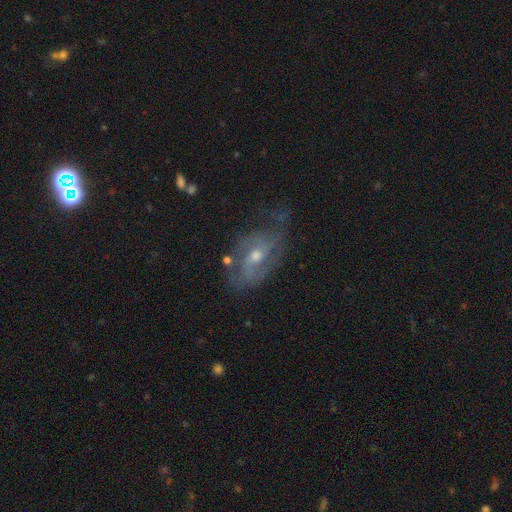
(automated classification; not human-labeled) A featured or disk galaxy (75%) with a weak bar (44%), 2 (52%) medium (43%) spiral arms (86%) and a moderate central bulge (53%).

Vote fractions:
- Smooth or featured? featured or disk: 75% / smooth: 14% / star or artifact: 11%
- Edge-on disk? no: 94% / yes: 6%
- Bar? weak: 44% / no: 43% / strong: 13%
- Spiral arms? yes: 86% / no: 14%
- Spiral winding? medium: 43% / tight: 34% / loose: 23%
- Spiral arm count? 2: 52% / can't tell: 27% / 3: 8% / 1: 7% / 4: 3% / more than 4: 3%
- Bulge size? moderate: 53% / small: 43% / large: 2% / none: 2% / dominant: 1%
- Merging? none: 57% / minor disturbance: 25% / major disturbance: 15% / merger: 3%